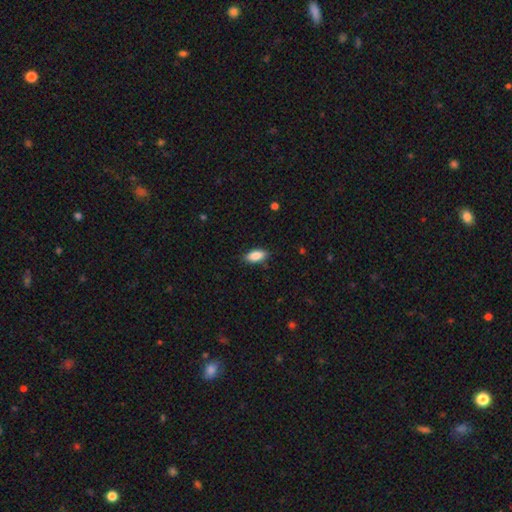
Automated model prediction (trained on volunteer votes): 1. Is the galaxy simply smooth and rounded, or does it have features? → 87% smooth, 7% star or artifact, 6% featured or disk.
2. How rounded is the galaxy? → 87% in between, 11% cigar-shaped, 3% round.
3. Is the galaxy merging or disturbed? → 85% none, 12% minor disturbance, 2% major disturbance, 1% merger.